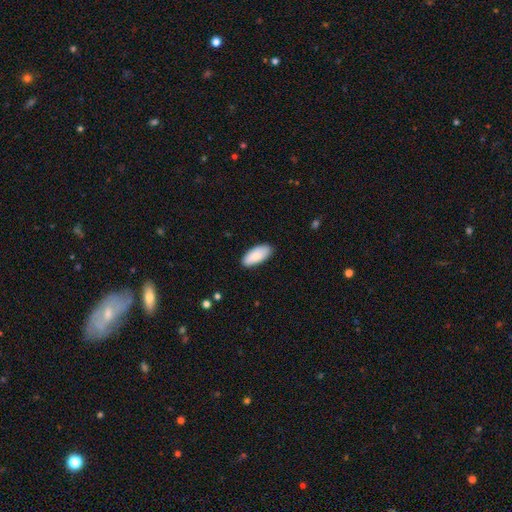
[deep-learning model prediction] The model was most divided on "merging": none: 87%, minor disturbance: 10%, major disturbance: 2%, merger: 1%. More confident: how rounded — in between (89%); smooth or featured — smooth (88%).